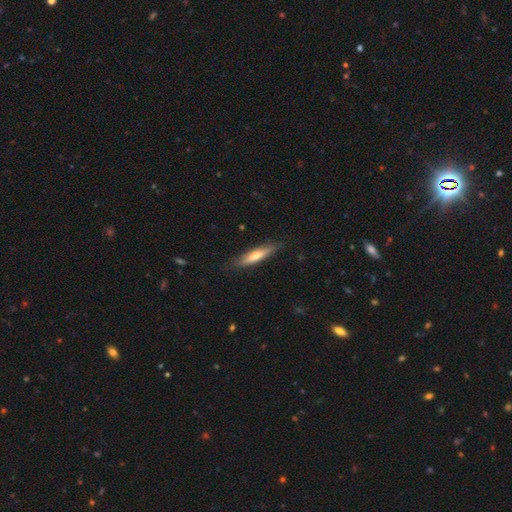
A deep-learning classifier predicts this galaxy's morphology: Smooth or featured: smooth — 50% (featured or disk — 44%)
How rounded: cigar-shaped — 82% (in between — 16%)
Merging: none — 83% (minor disturbance — 13%)